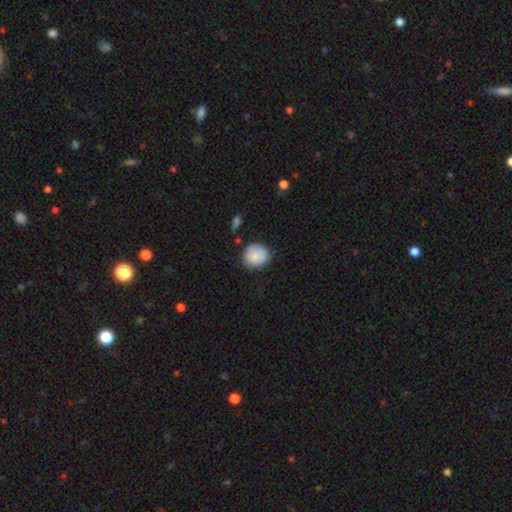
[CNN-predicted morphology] This is clearly a smooth galaxy (85%). How rounded: clearly round (82%). Merging: likely none (72%).